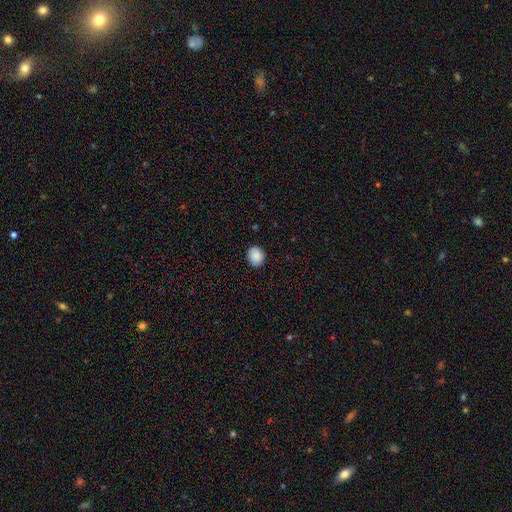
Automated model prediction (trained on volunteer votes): Morphology: type=smooth (89%); roundness=round (59%); merging=none (87%).